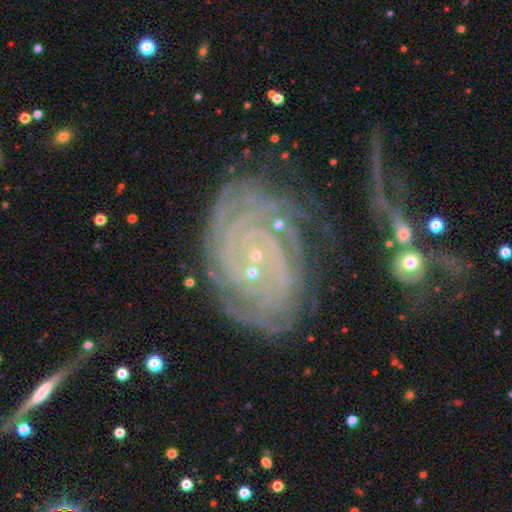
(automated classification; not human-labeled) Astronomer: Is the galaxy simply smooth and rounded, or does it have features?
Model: featured or disk — 87%.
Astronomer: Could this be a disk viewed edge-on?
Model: no — 97%.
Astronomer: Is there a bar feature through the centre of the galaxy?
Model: no — 56%.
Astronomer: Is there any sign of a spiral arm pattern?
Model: yes — 98%.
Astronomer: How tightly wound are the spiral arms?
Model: tight — 82%.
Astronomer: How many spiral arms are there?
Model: can't tell — 24% (runner-up: 2, 21%).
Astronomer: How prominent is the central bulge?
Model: small — 86%.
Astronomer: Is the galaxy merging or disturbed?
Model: none — 71%.